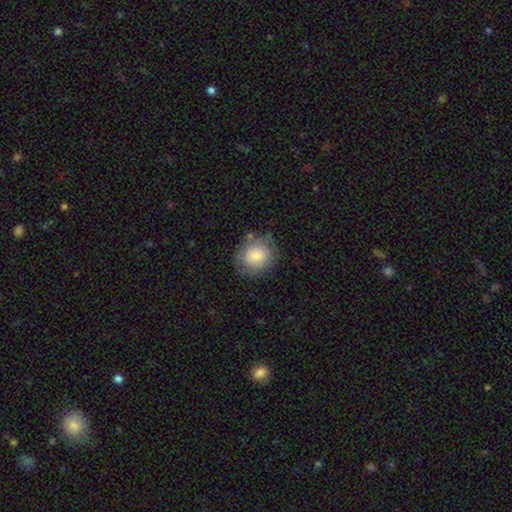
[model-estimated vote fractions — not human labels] Smooth or featured: smooth — 80% (featured or disk — 12%)
How rounded: round — 77% (in between — 22%)
Merging: none — 72% (minor disturbance — 18%)